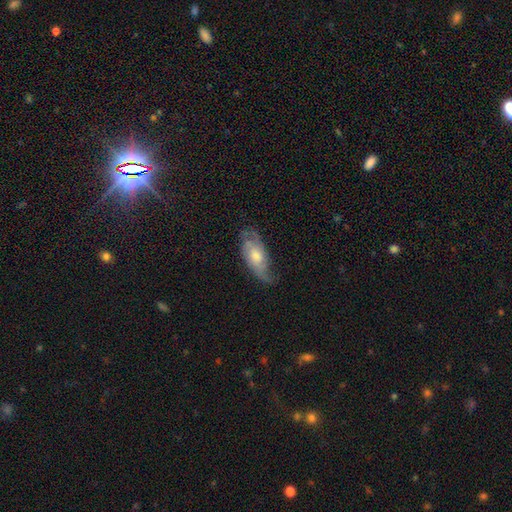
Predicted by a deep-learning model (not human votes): Smooth or featured? featured or disk (73%)
Edge-on disk? no (89%)
Bar? no (71%)
Spiral arms? yes (92%)
Spiral winding? medium (44%)
Spiral arm count? 2 (49%)
Bulge size? moderate (61%)
Merging? none (65%)